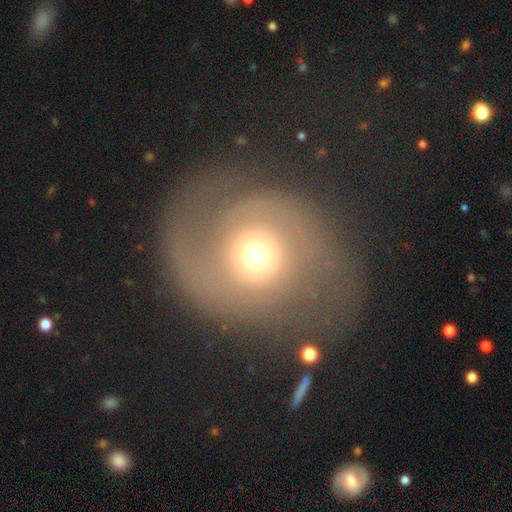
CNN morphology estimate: Q: Smooth or featured?
A: featured or disk (75%); runner-up: smooth (17%)
Q: Edge-on disk?
A: no (97%); runner-up: yes (3%)
Q: Bar?
A: no (76%); runner-up: weak (19%)
Q: Spiral arms?
A: yes (87%); runner-up: no (13%)
Q: Spiral winding?
A: medium (43%); runner-up: tight (31%)
Q: Spiral arm count?
A: 2 (83%); runner-up: 1 (7%)
Q: Bulge size?
A: moderate (66%); runner-up: small (15%)
Q: Merging?
A: none (65%); runner-up: major disturbance (17%)